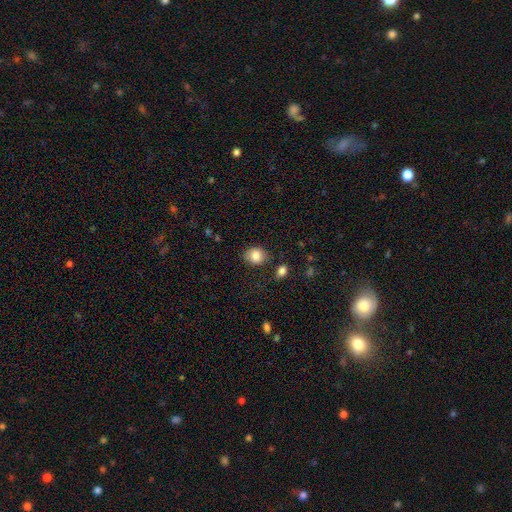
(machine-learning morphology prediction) Smooth or featured: smooth — 84% (star or artifact — 9%)
How rounded: round — 59% (in between — 40%)
Merging: none — 80% (minor disturbance — 13%)